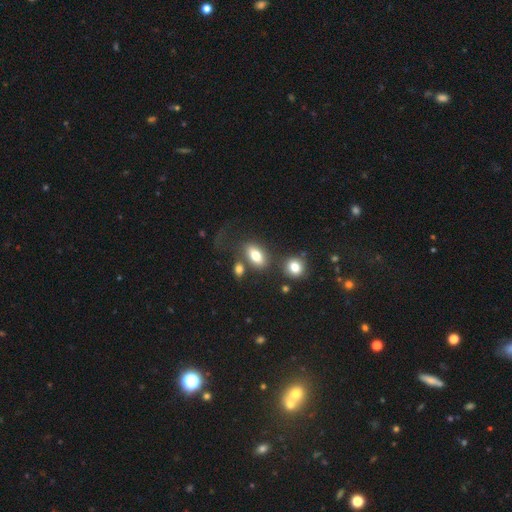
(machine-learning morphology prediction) Smooth or featured: smooth — 75% (featured or disk — 16%)
How rounded: in between — 86% (round — 10%)
Merging: none — 59% (merger — 17%)